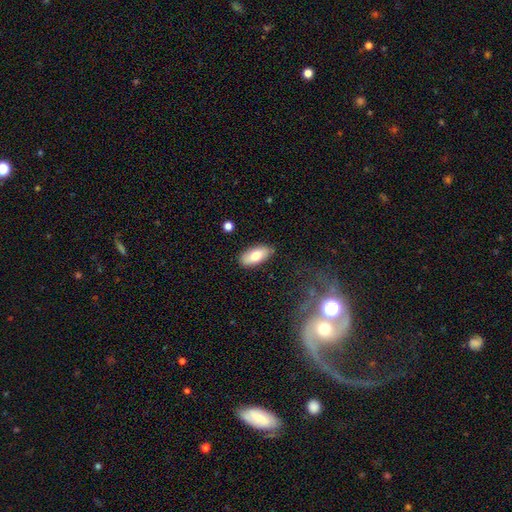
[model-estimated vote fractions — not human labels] Overall: smooth (77%). How rounded: in between (89%). Merging: none (86%).